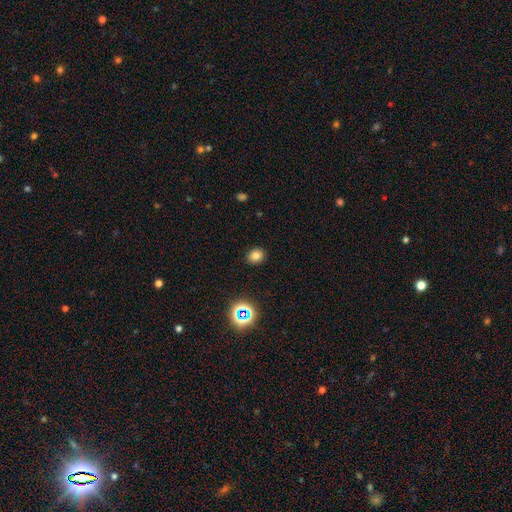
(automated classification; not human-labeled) smooth_or_featured: smooth (p=0.77) [alt: star or artifact p=0.17]
how_rounded: round (p=0.65) [alt: in between p=0.34]
merging: none (p=0.89) [alt: minor disturbance p=0.07]